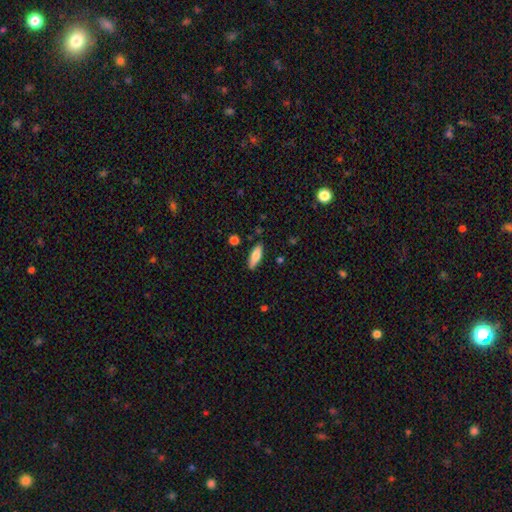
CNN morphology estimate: A smooth galaxy with no disk features (73%) that is in between round and cigar-shaped (62%).

Vote fractions:
- Smooth or featured? smooth: 73% / featured or disk: 21% / star or artifact: 6%
- How rounded? in between: 62% / cigar-shaped: 36% / round: 2%
- Merging? none: 86% / minor disturbance: 10% / major disturbance: 2% / merger: 2%